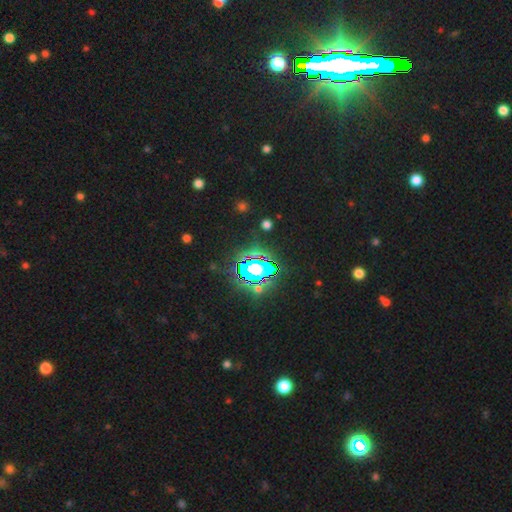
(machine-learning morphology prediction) This is clearly a star or artifact rather than a galaxy (85%).